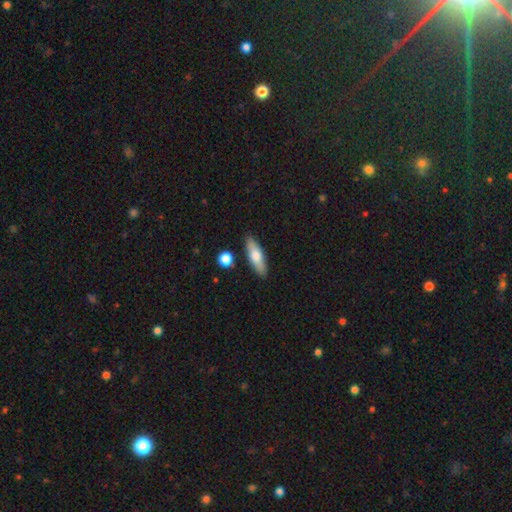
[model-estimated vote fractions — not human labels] A smooth galaxy with no disk features (66%) that is in between round and cigar-shaped (49%). Merging: none (85%).